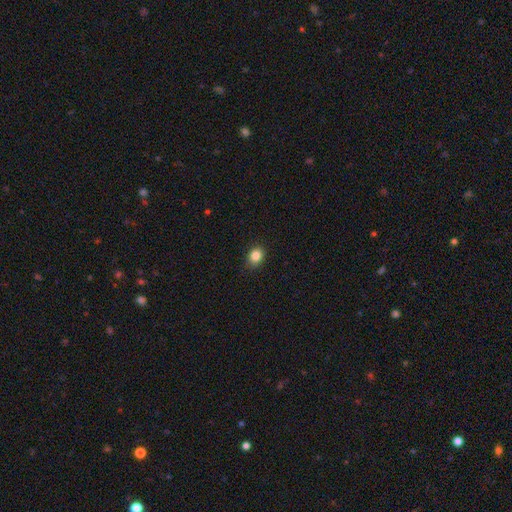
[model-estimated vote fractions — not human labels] Smooth or featured: smooth — 85% (star or artifact — 10%)
How rounded: round — 55% (in between — 44%)
Merging: none — 86% (minor disturbance — 11%)